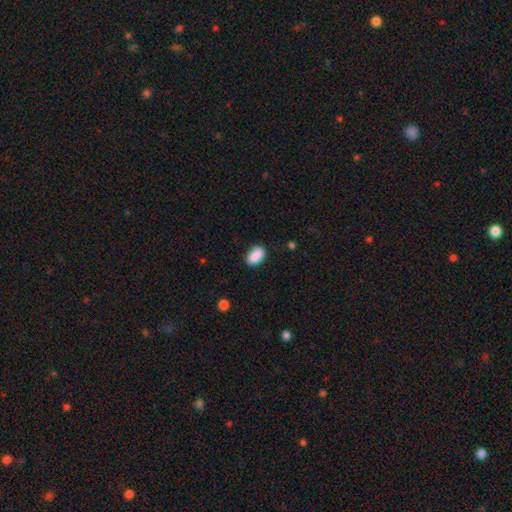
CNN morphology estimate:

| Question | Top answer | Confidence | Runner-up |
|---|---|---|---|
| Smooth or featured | smooth | 89% | star or artifact (7%) |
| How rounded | in between | 91% | round (8%) |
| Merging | none | 83% | minor disturbance (13%) |